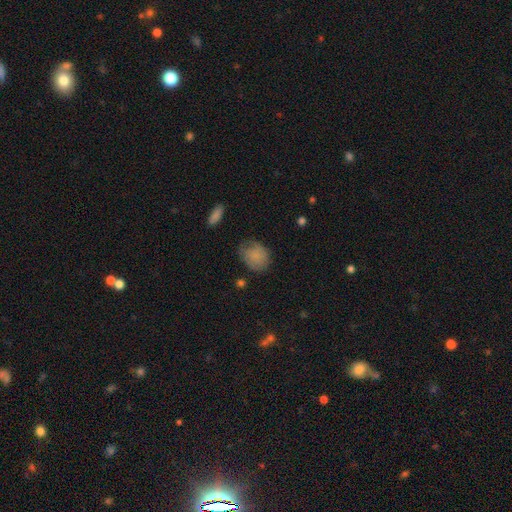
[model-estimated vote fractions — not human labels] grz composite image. It shows a smooth galaxy with no disk features (78%) that is round (52%). Merging: none (58%).